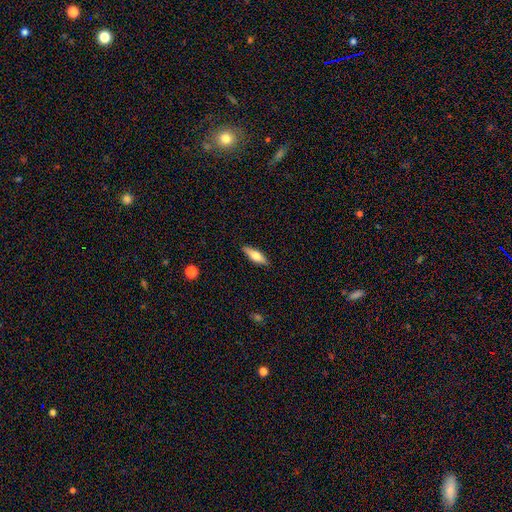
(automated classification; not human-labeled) A smooth galaxy with no disk features (58%) that is in between round and cigar-shaped (49%). Merging: none (88%).